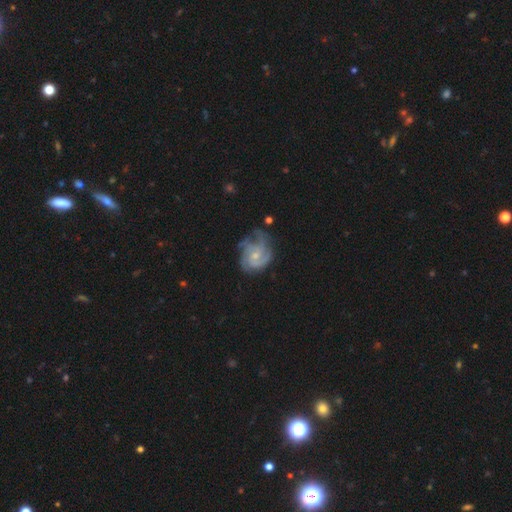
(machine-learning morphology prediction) smooth_or_featured: featured or disk (p=0.82) [alt: smooth p=0.12]
disk_edge_on: no (p=0.98) [alt: yes p=0.02]
bar: no (p=0.65) [alt: weak p=0.31]
has_spiral_arms: yes (p=0.95) [alt: no p=0.05]
spiral_winding: tight (p=0.51) [alt: medium p=0.39]
spiral_arm_count: 3 (p=0.34) [alt: can't tell p=0.22]
bulge_size: small (p=0.55) [alt: moderate p=0.39]
merging: none (p=0.57) [alt: minor disturbance p=0.25]